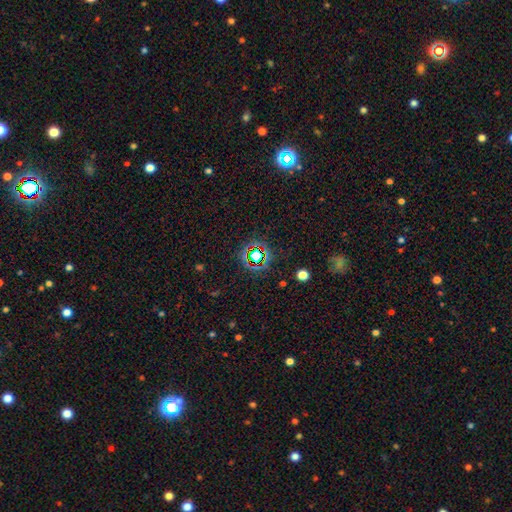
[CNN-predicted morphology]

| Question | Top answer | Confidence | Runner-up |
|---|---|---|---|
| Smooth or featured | star or artifact | 73% | smooth (17%) |